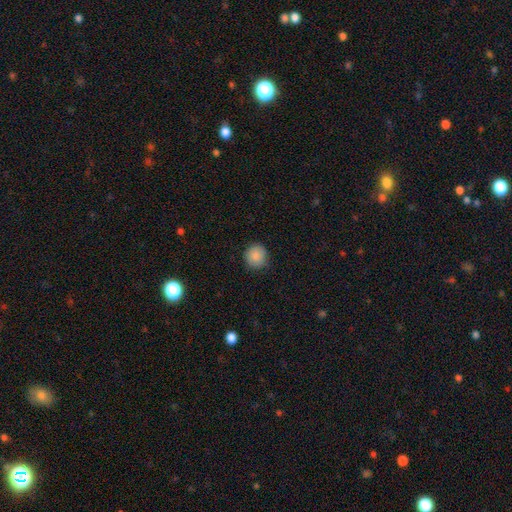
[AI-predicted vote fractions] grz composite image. It shows a smooth galaxy with no disk features (88%) that is round (90%). Merging: none (88%).